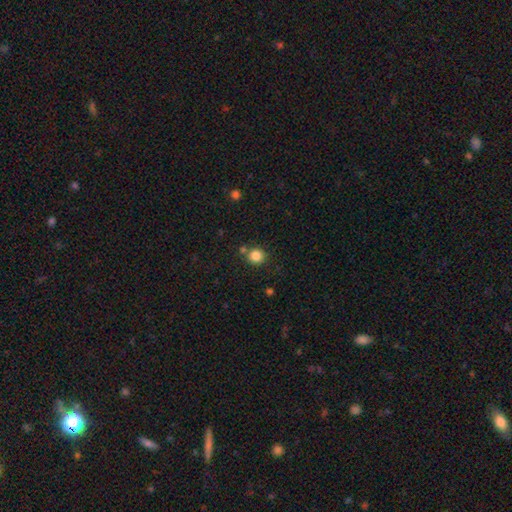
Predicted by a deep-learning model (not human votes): Smooth or featured?
  - smooth: 84% *
  - star or artifact: 11%
  - featured or disk: 5%
How rounded?
  - round: 92% *
  - in between: 7%
  - cigar-shaped: 1%
Merging?
  - none: 78% *
  - merger: 12%
  - minor disturbance: 8%
  - major disturbance: 3%